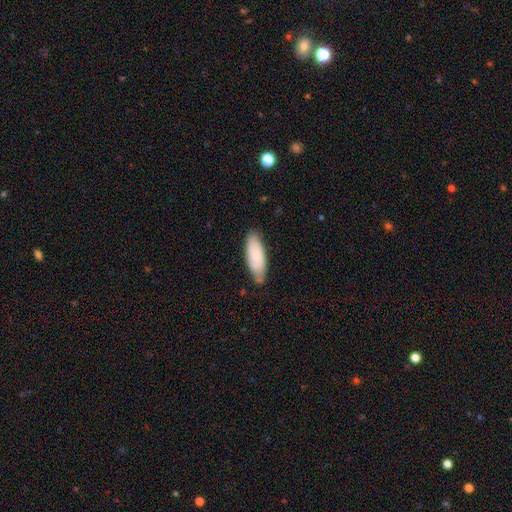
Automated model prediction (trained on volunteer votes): The model was most divided on "how rounded": in between: 66%, cigar-shaped: 32%, round: 2%. More confident: smooth or featured — smooth (74%); merging — none (72%).